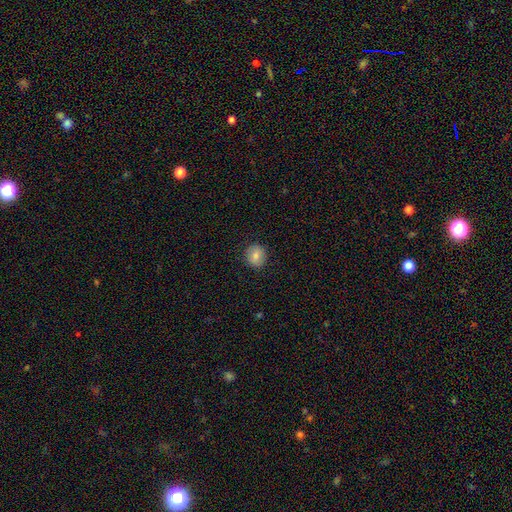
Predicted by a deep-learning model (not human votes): smooth-or-featured: smooth: 74% | featured or disk: 17% | star or artifact: 9%
  how-rounded: round: 84% | in between: 15% | cigar-shaped: 1%
  merging: none: 88% | minor disturbance: 9% | major disturbance: 2% | merger: 1%